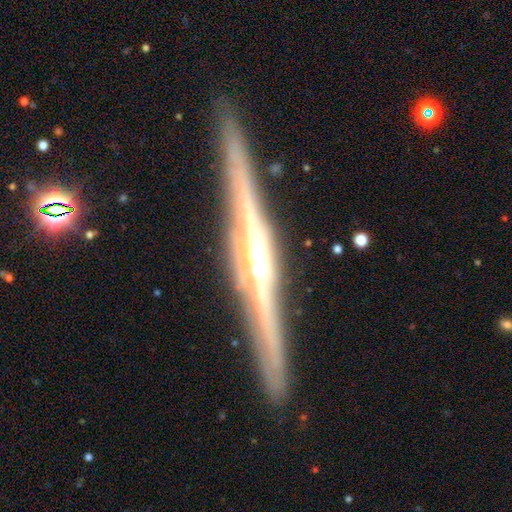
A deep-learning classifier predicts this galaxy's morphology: smooth-or-featured: featured or disk: 88% | smooth: 7% | star or artifact: 5%
  disk-edge-on: yes: 98% | no: 2%
    edge-on-bulge: rounded: 76% | boxy: 15% | none: 9%
  merging: none: 91% | minor disturbance: 6% | major disturbance: 1% | merger: 1%